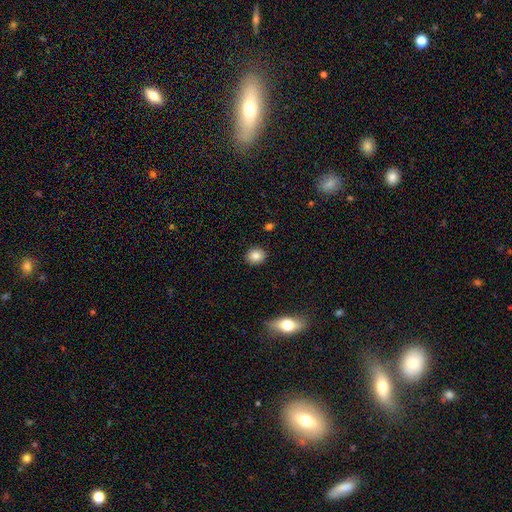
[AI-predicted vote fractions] This appears to be a smooth galaxy with no disk features (85%) that is round (69%). Merging: none (90%).